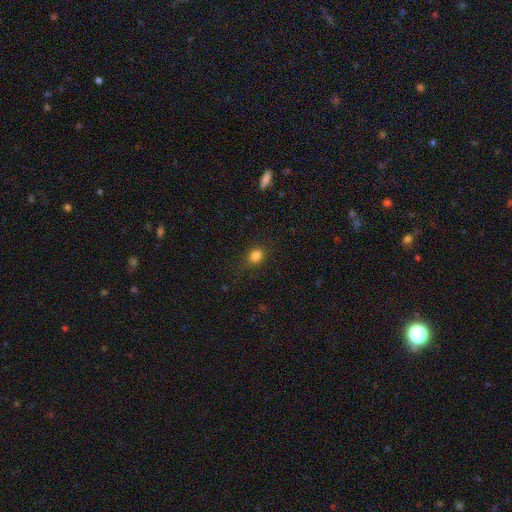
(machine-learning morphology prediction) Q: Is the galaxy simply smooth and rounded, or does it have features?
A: smooth — 82%.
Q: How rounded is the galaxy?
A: round — 58%.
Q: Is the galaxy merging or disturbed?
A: none — 74%.